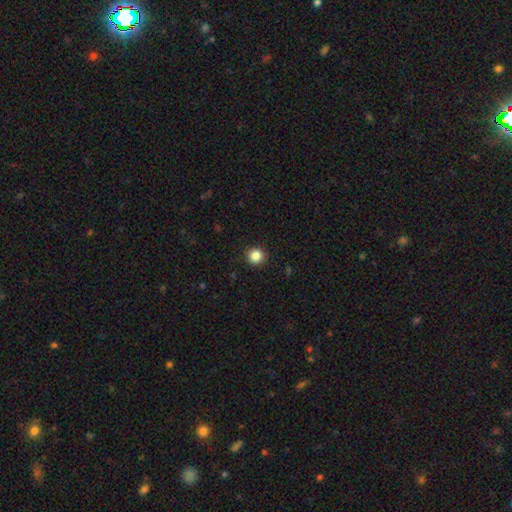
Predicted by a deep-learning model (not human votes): Smooth or featured? Predicted: smooth (p=0.85). How rounded? Predicted: round (p=0.94). Merging? Predicted: none (p=0.92).